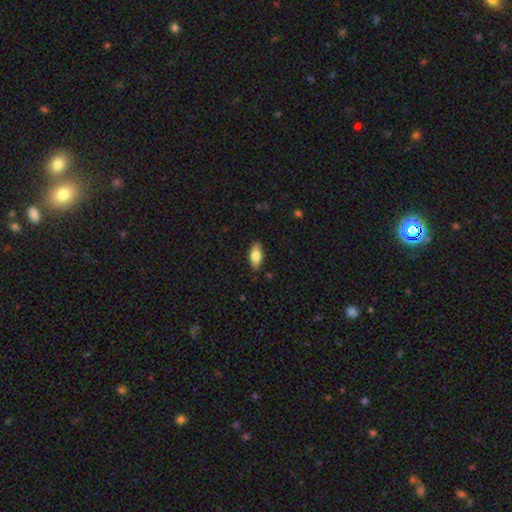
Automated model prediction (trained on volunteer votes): Overall: smooth (74%). How rounded: in between (87%). Merging: none (86%).